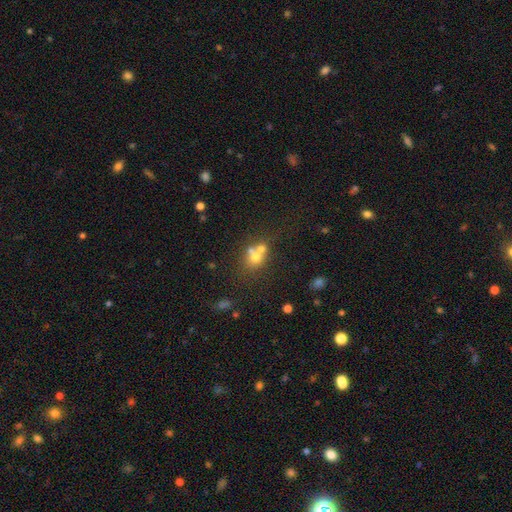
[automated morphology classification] The model was most divided on "merging": merger: 48%, none: 40%, minor disturbance: 8%, major disturbance: 5%. More confident: how rounded — round (75%); smooth or featured — smooth (58%).